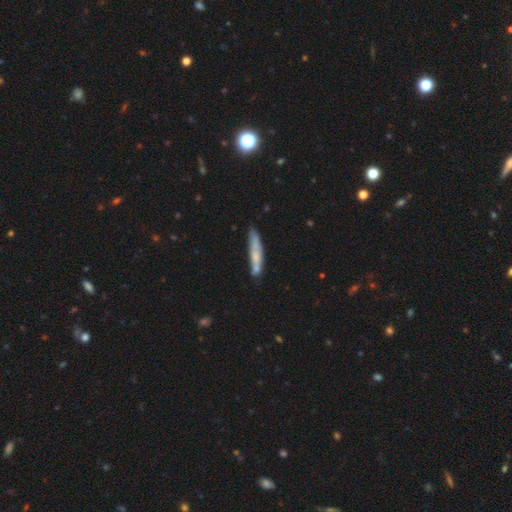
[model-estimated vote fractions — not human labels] Smooth or featured?
  - smooth: 56% *
  - featured or disk: 37%
  - star or artifact: 7%
How rounded?
  - cigar-shaped: 87% *
  - in between: 11%
  - round: 2%
Merging?
  - none: 61% *
  - minor disturbance: 21%
  - merger: 12%
  - major disturbance: 6%